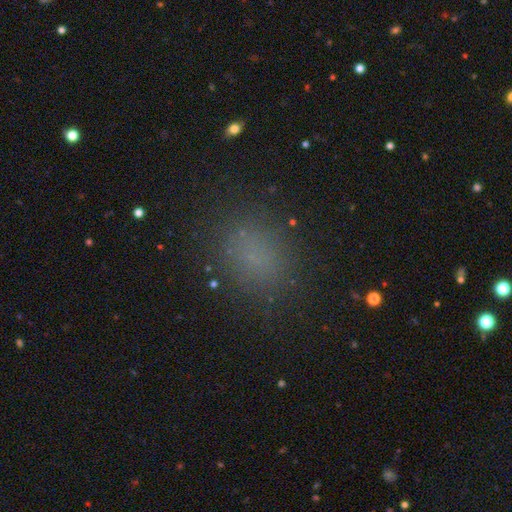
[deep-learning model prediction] Smooth or featured?
  - smooth: 75% *
  - star or artifact: 18%
  - featured or disk: 6%
How rounded?
  - in between: 51% *
  - round: 47%
  - cigar-shaped: 2%
Merging?
  - none: 84% *
  - minor disturbance: 10%
  - major disturbance: 4%
  - merger: 1%